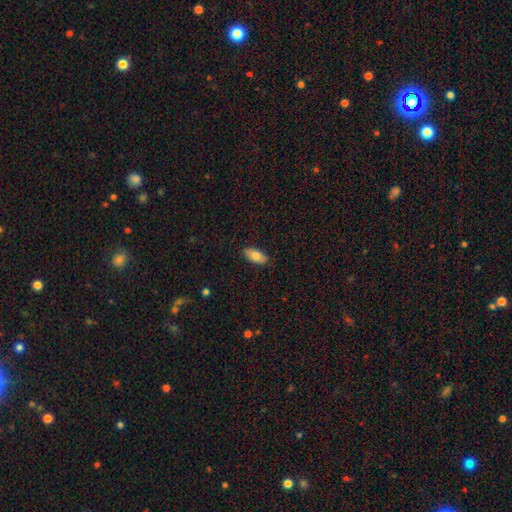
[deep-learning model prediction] Smooth or featured: smooth — 76% (featured or disk — 17%)
How rounded: in between — 89% (cigar-shaped — 9%)
Merging: none — 88% (minor disturbance — 9%)